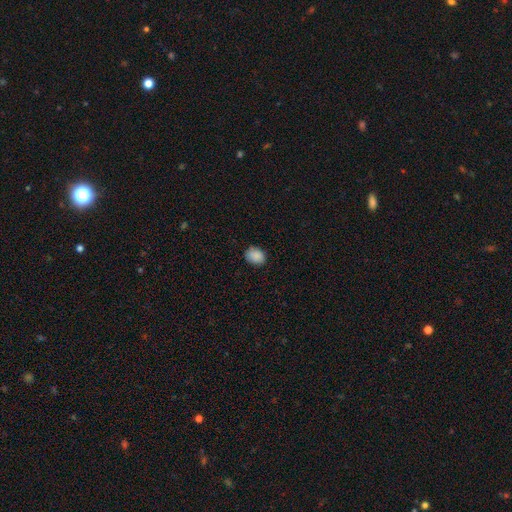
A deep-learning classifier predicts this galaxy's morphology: The model was most divided on "how rounded": in between: 52%, round: 47%, cigar-shaped: 1%. More confident: smooth or featured — smooth (88%); merging — none (83%).